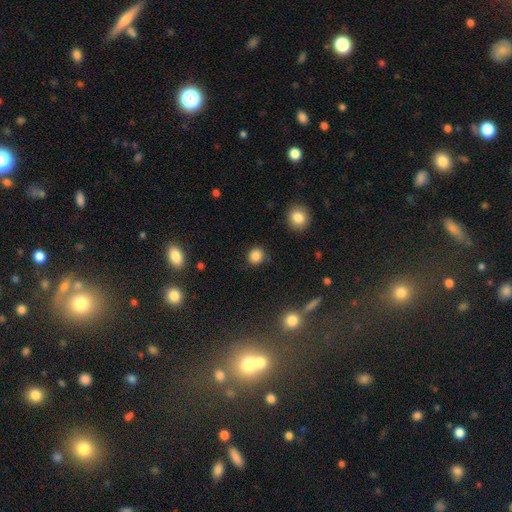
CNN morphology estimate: This is clearly a smooth galaxy (84%). How rounded: clearly round (86%). Merging: clearly none (84%).